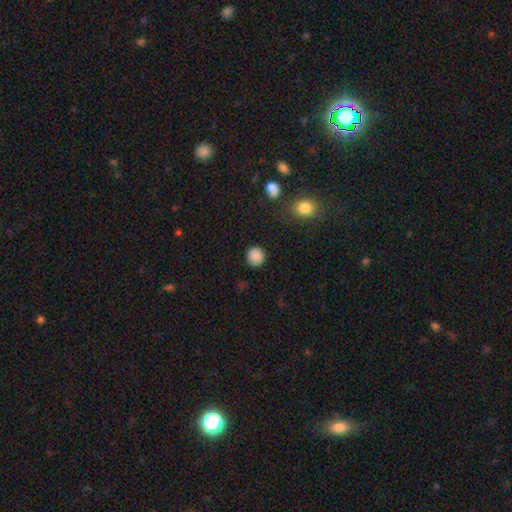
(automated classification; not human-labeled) Smooth or featured: smooth — 87% (star or artifact — 10%)
How rounded: round — 91% (in between — 8%)
Merging: none — 89% (minor disturbance — 7%)